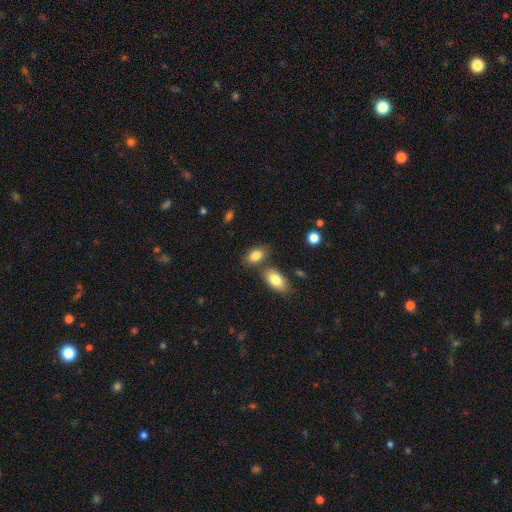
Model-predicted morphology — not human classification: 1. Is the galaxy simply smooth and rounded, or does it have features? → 85% smooth, 8% featured or disk, 7% star or artifact.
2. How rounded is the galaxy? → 90% in between, 8% round, 2% cigar-shaped.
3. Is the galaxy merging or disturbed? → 64% none, 18% merger, 14% minor disturbance, 4% major disturbance.